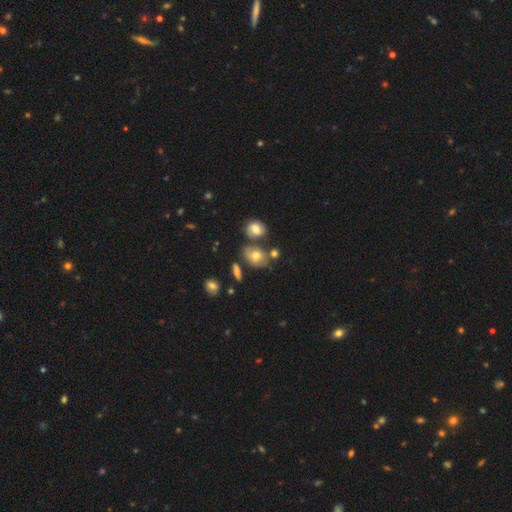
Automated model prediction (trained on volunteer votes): A smooth galaxy with no disk features (64%) that is in between round and cigar-shaped (64%).

Vote fractions:
- Smooth or featured? smooth: 64% / featured or disk: 23% / star or artifact: 12%
- How rounded? in between: 64% / round: 34% / cigar-shaped: 2%
- Merging? none: 55% / merger: 19% / minor disturbance: 19% / major disturbance: 7%